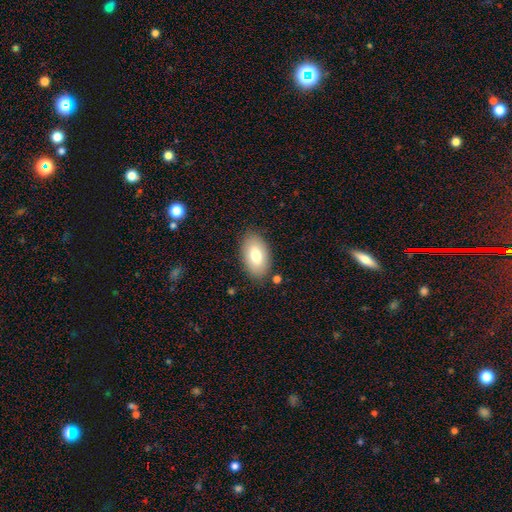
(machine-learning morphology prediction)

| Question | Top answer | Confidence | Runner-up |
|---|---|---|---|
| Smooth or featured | smooth | 77% | featured or disk (16%) |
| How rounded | in between | 94% | round (4%) |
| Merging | none | 84% | minor disturbance (11%) |